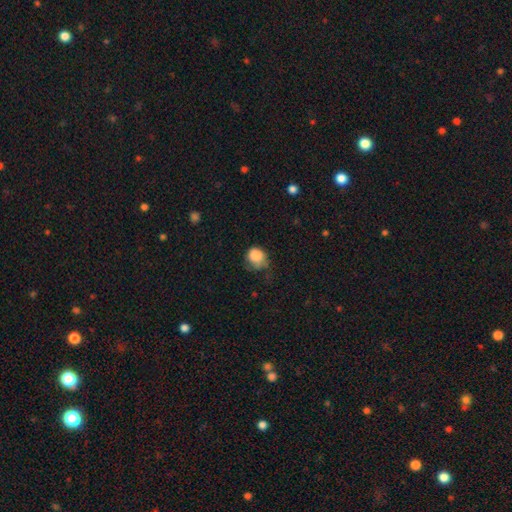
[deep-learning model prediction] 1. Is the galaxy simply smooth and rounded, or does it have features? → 85% smooth, 8% star or artifact, 6% featured or disk.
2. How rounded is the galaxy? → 71% round, 28% in between, 1% cigar-shaped.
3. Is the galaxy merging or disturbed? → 40% minor disturbance, 39% none, 18% major disturbance, 2% merger.